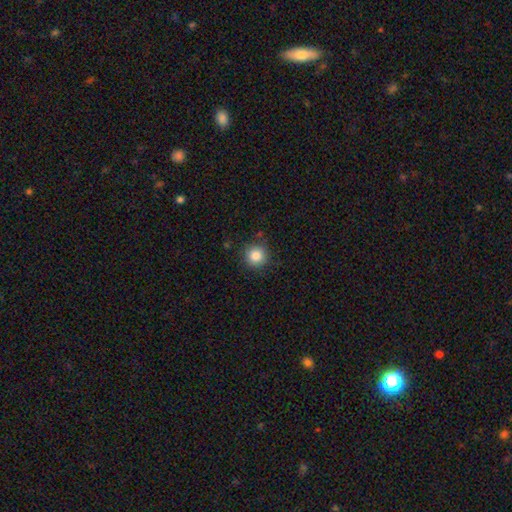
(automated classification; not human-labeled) smooth_or_featured: smooth (p=0.85) [alt: star or artifact p=0.10]
how_rounded: round (p=0.94) [alt: in between p=0.05]
merging: none (p=0.87) [alt: minor disturbance p=0.09]